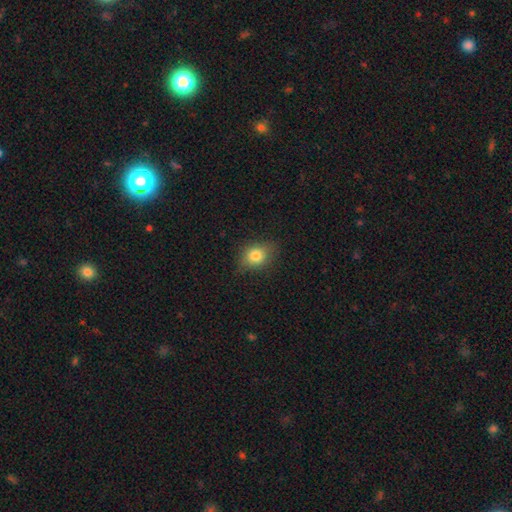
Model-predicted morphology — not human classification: Overall: smooth (80%). How rounded: in between (53%; round 45%). Merging: none (78%).